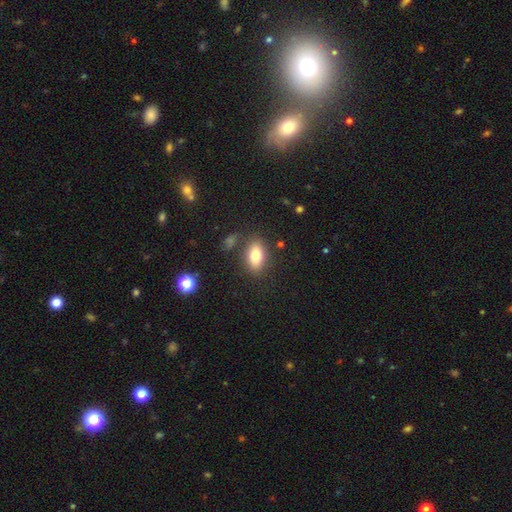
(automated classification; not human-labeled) Overall: smooth (79%). How rounded: in between (87%). Merging: none (80%).